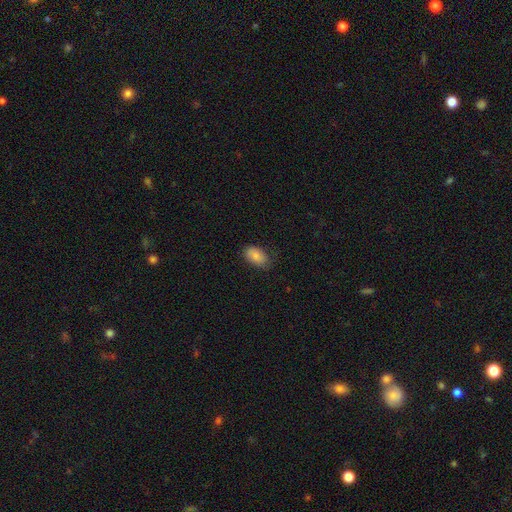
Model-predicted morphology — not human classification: A smooth galaxy with no disk features (84%) that is in between round and cigar-shaped (92%). Merging: none (75%).